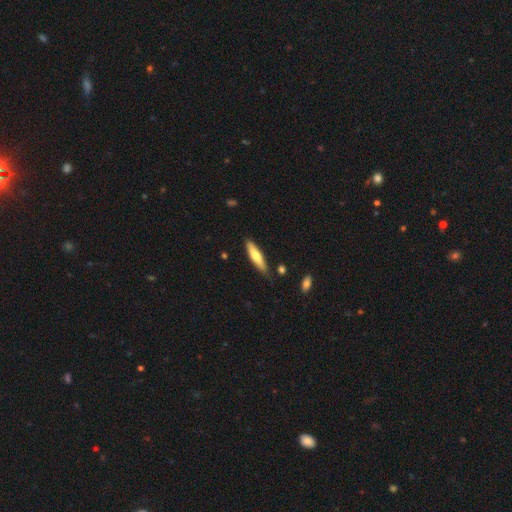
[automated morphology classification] The model was most divided on "smooth or featured": smooth: 59%, featured or disk: 36%, star or artifact: 5%. More confident: merging — none (81%); how rounded — cigar-shaped (79%).